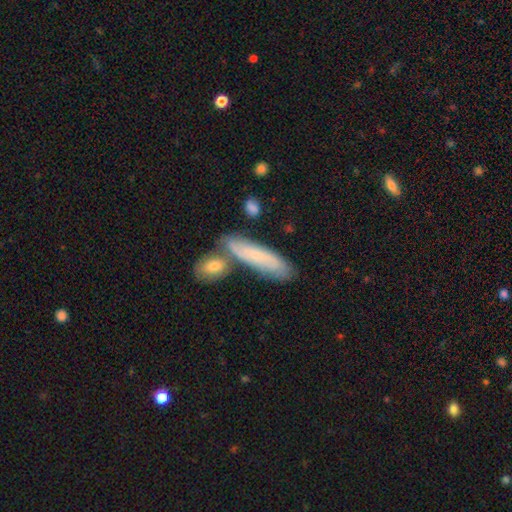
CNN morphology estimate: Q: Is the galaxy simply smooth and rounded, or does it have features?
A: smooth — 58%.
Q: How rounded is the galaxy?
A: cigar-shaped — 66%.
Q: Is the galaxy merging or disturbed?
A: none — 60%.